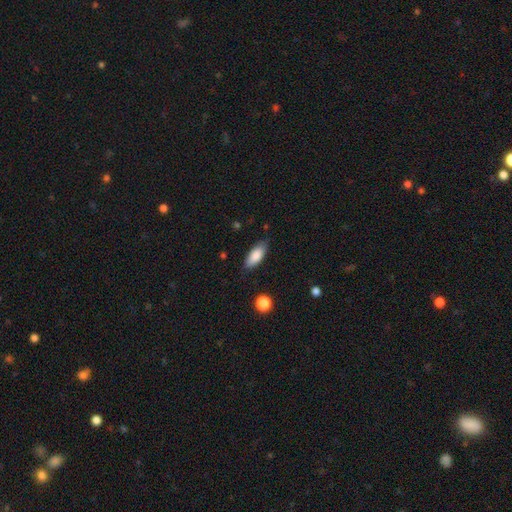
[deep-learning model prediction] The model was most divided on "how rounded": in between: 81%, cigar-shaped: 17%, round: 2%. More confident: smooth or featured — smooth (84%); merging — none (80%).